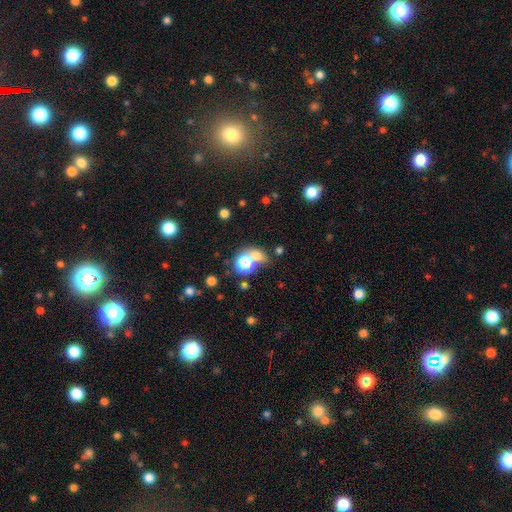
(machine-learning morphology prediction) Smooth or featured: smooth — 59% (star or artifact — 30%)
How rounded: round — 51% (in between — 46%)
Merging: none — 53% (merger — 31%)